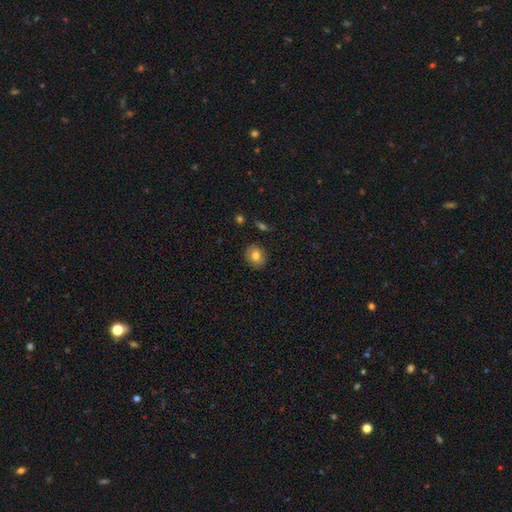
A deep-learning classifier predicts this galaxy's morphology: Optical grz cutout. It shows a smooth galaxy with no disk features (78%) that is round (77%). Merging: none (88%).